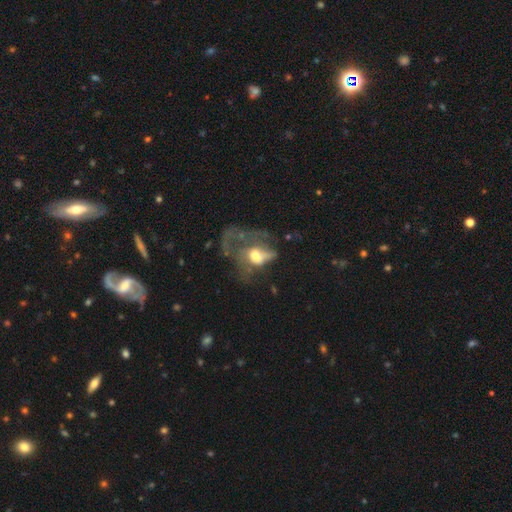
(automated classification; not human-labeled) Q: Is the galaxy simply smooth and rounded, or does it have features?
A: featured or disk — 52%.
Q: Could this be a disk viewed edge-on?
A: no — 95%.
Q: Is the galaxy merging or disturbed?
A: major disturbance — 65%.